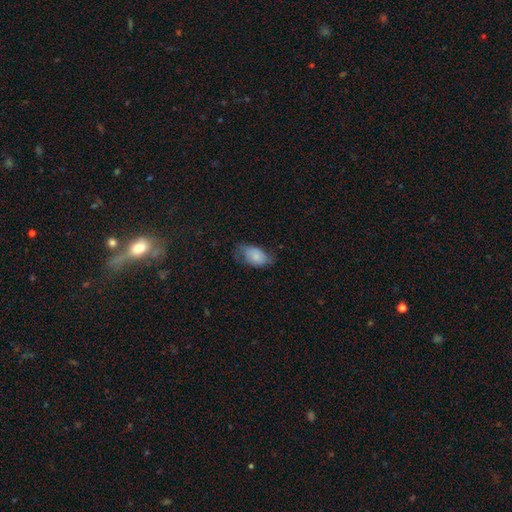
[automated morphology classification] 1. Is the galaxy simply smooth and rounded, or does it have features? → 75% smooth, 17% featured or disk, 8% star or artifact.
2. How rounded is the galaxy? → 91% in between, 8% round, 2% cigar-shaped.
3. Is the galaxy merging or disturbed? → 40% none, 38% minor disturbance, 20% major disturbance, 2% merger.